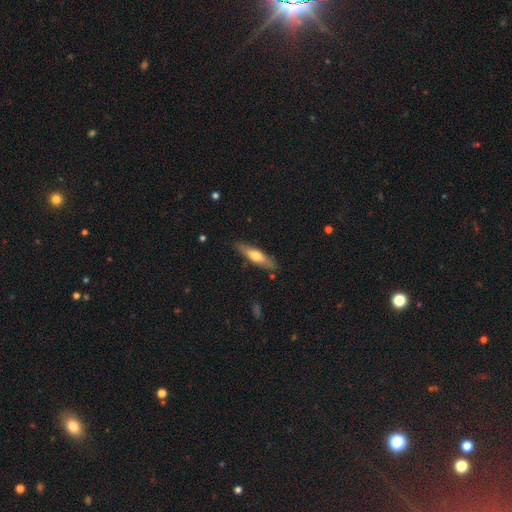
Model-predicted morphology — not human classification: The model was most divided on "smooth or featured": smooth: 54%, featured or disk: 40%, star or artifact: 6%. More confident: merging — none (84%); how rounded — cigar-shaped (69%).